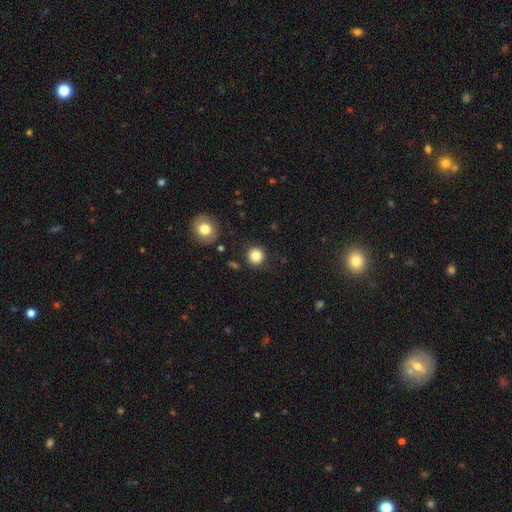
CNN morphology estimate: Overall: smooth (84%). How rounded: round (93%). Merging: none (89%).